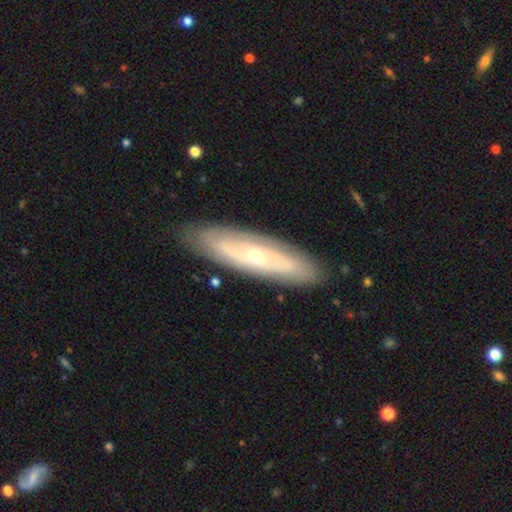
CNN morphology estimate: type=featured or disk (69%); edge-on=no (68%); merging=none (86%).